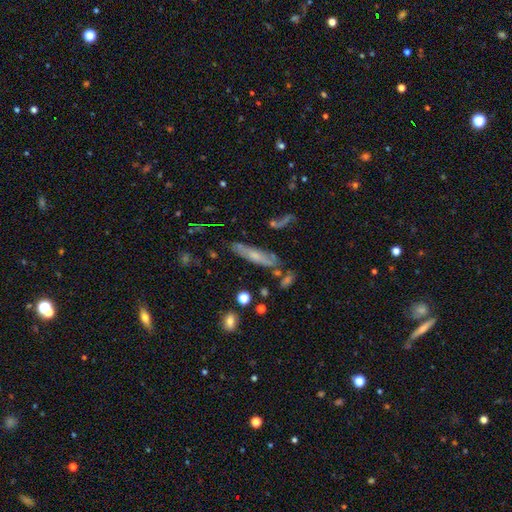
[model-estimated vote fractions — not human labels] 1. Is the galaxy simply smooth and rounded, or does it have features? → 45% featured or disk, 43% smooth, 12% star or artifact.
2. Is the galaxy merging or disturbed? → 64% none, 19% minor disturbance, 9% merger, 8% major disturbance.